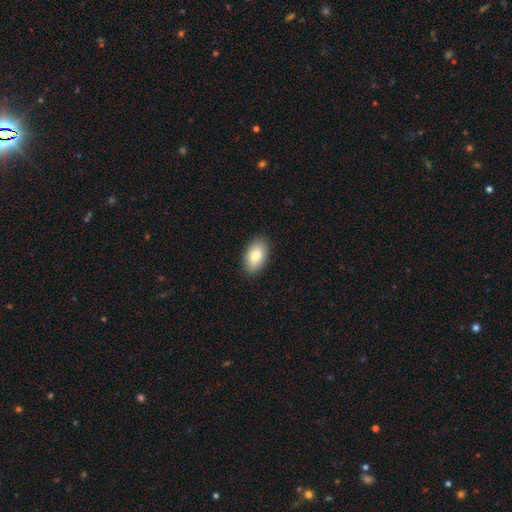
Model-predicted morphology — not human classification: Smooth or featured? Predicted: smooth (p=0.81). How rounded? Predicted: in between (p=0.93). Merging? Predicted: none (p=0.89).